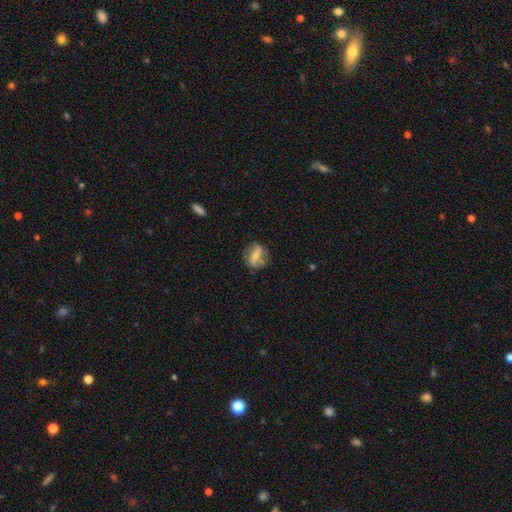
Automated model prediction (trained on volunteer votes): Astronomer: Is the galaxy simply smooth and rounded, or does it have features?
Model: featured or disk — 50% (runner-up: smooth, 41%).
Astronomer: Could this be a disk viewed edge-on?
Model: no — 89%.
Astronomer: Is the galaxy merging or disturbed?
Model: none — 63%.